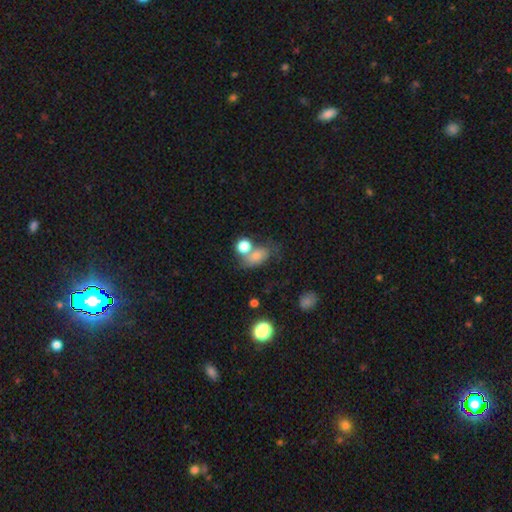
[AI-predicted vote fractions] Smooth or featured: smooth — 73% (featured or disk — 13%)
How rounded: in between — 71% (round — 26%)
Merging: none — 39% (merger — 32%)